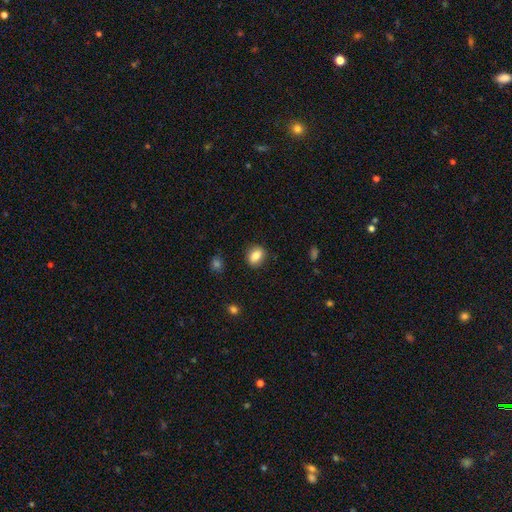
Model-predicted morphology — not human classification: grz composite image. It shows a smooth galaxy with no disk features (85%) that is in between round and cigar-shaped (59%). Merging: none (87%).